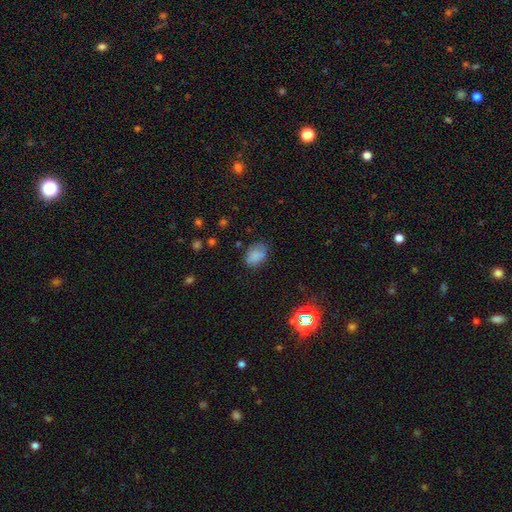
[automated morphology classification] Smooth or featured? Predicted: smooth (p=0.80). How rounded? Predicted: in between (p=0.80). Merging? Predicted: none (p=0.71).